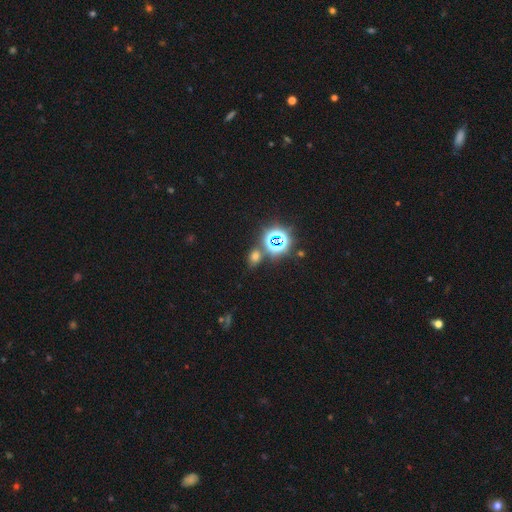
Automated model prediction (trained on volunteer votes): This is possibly a smooth galaxy (49%). Merging: likely none (76%).